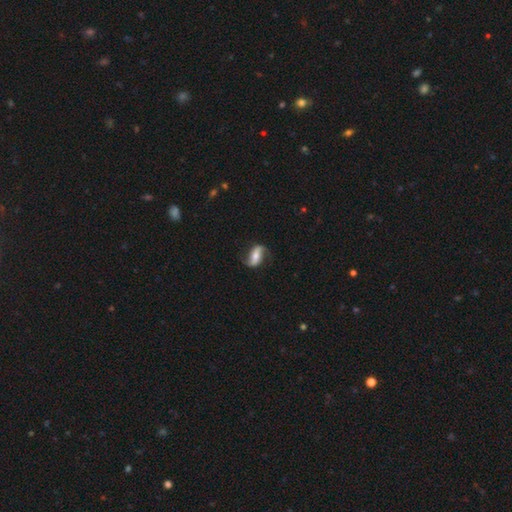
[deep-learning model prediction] Smooth or featured: featured or disk — 69% (smooth — 25%)
Edge-on disk: no — 91% (yes — 9%)
Bar: strong — 44% (no — 29%)
Spiral arms: yes — 89% (no — 11%)
Spiral winding: loose — 68% (medium — 22%)
Spiral arm count: 2 — 90% (can't tell — 4%)
Bulge size: moderate — 53% (small — 33%)
Merging: none — 73% (minor disturbance — 18%)